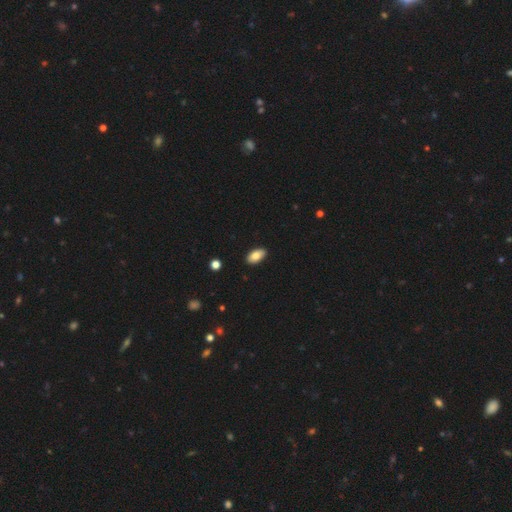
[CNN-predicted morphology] Overall: smooth (80%). How rounded: in between (94%). Merging: none (90%).